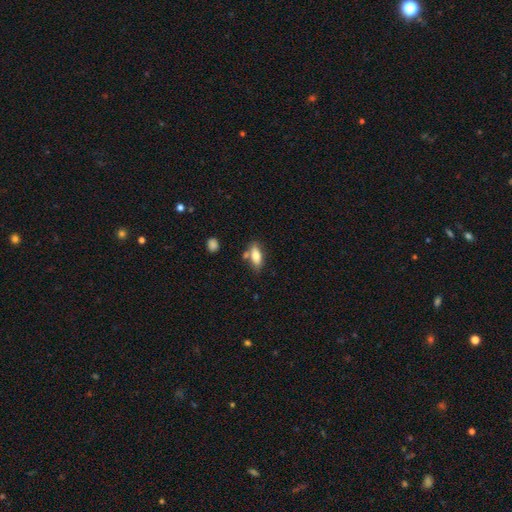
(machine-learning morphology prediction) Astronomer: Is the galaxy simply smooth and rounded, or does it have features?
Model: smooth — 76%.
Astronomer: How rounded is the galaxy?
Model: in between — 80%.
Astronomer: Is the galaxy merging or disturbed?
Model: none — 67%.